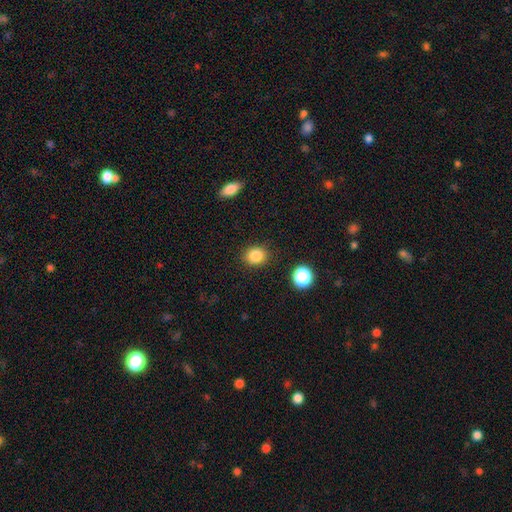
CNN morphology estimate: smooth_or_featured: smooth (p=0.84) [alt: star or artifact p=0.11]
how_rounded: round (p=0.60) [alt: in between p=0.39]
merging: none (p=0.87) [alt: minor disturbance p=0.09]